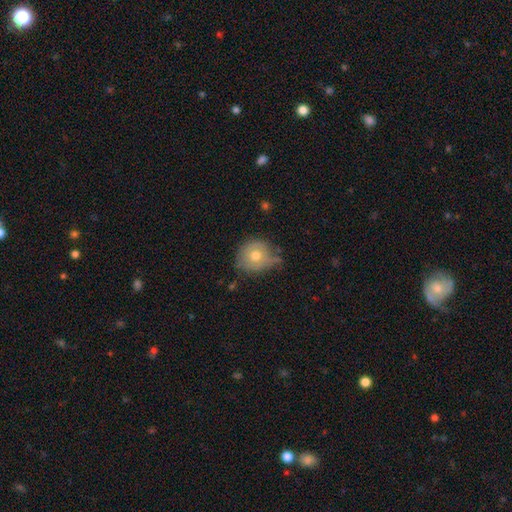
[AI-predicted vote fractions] Overall: smooth (66%). How rounded: round (84%). Merging: none (56%; minor disturbance 32%).